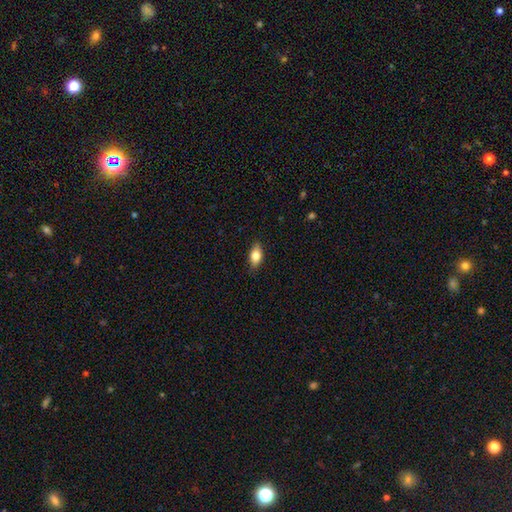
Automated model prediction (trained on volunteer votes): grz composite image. It shows a smooth galaxy with no disk features (77%) that is in between round and cigar-shaped (86%). Merging: none (85%).